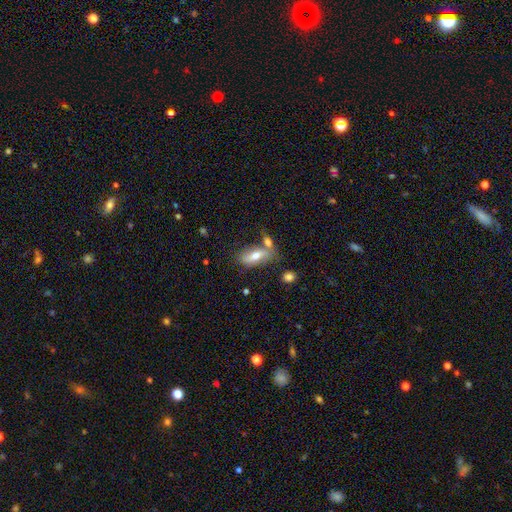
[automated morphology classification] The model was most divided on "smooth or featured": smooth: 61%, featured or disk: 32%, star or artifact: 7%. More confident: how rounded — in between (74%); merging — none (54%).